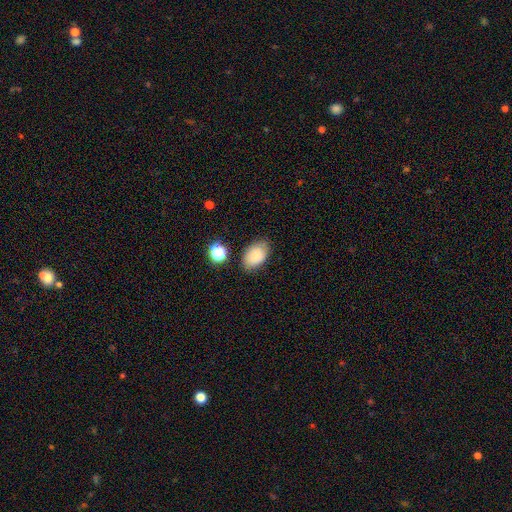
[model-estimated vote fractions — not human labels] Smooth or featured? smooth (82%)
How rounded? in between (89%)
Merging? none (79%)